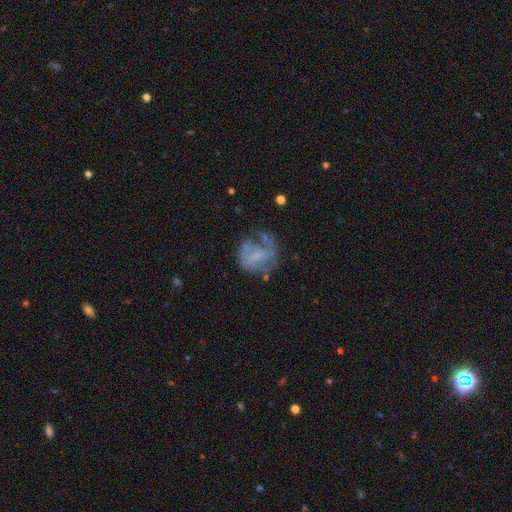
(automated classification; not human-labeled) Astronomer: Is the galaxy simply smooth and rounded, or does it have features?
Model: featured or disk — 60%.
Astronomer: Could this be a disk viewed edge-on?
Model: no — 97%.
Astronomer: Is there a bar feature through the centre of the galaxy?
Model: no — 45% (runner-up: weak, 43%).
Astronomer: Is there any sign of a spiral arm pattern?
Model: yes — 54% (runner-up: no, 46%).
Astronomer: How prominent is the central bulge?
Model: small — 41% (runner-up: none, 33%).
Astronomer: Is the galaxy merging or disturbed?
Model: none — 41% (runner-up: major disturbance, 29%).